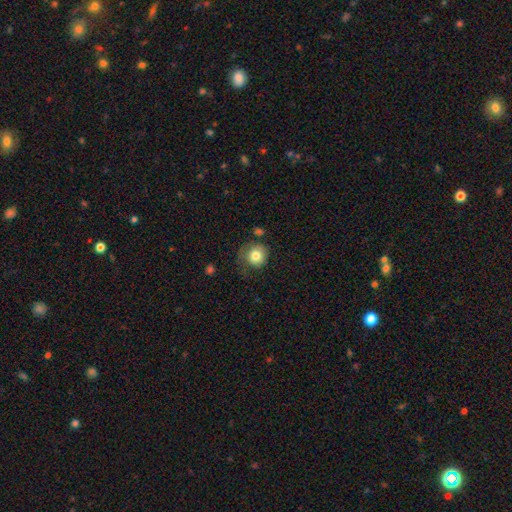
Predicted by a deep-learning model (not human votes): smooth-or-featured: smooth: 79% | featured or disk: 11% | star or artifact: 9%
  how-rounded: round: 88% | in between: 11% | cigar-shaped: 1%
  merging: none: 59% | minor disturbance: 24% | major disturbance: 13% | merger: 5%